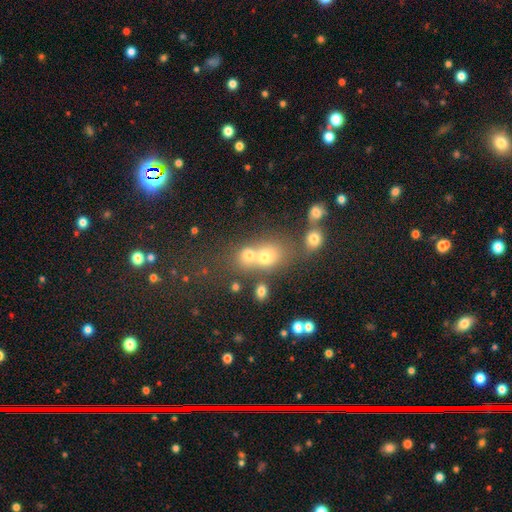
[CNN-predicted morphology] smooth_or_featured: smooth (p=0.58) [alt: star or artifact p=0.25]
how_rounded: round (p=0.61) [alt: in between p=0.36]
merging: merger (p=0.49) [alt: none p=0.38]